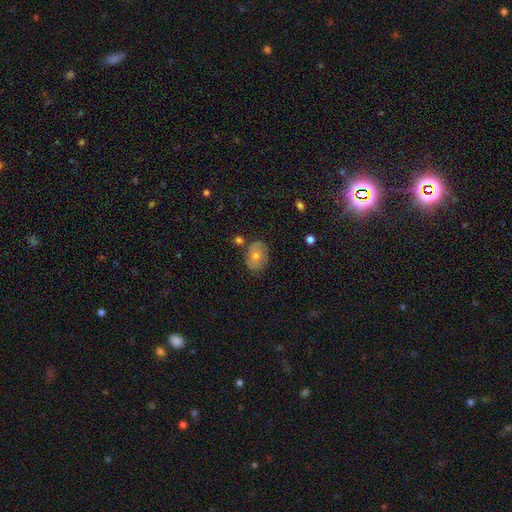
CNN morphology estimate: A smooth galaxy with no disk features (50%).

Vote fractions:
- Smooth or featured? smooth: 50% / featured or disk: 36% / star or artifact: 15%
- Merging? none: 72% / minor disturbance: 18% / merger: 5% / major disturbance: 5%